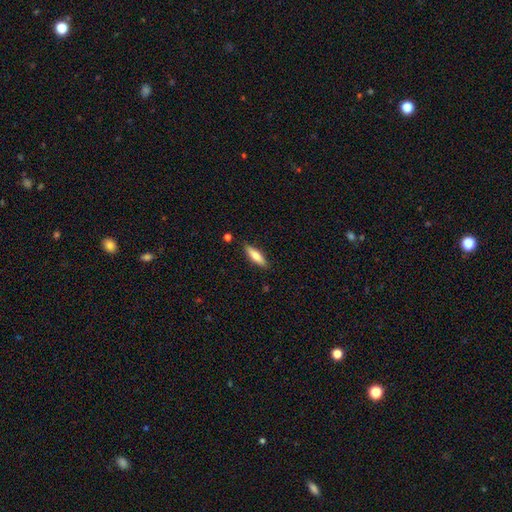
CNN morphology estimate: Smooth or featured?
  - smooth: 75% *
  - featured or disk: 19%
  - star or artifact: 6%
How rounded?
  - cigar-shaped: 62% *
  - in between: 37%
  - round: 2%
Merging?
  - none: 86% *
  - minor disturbance: 10%
  - major disturbance: 2%
  - merger: 2%